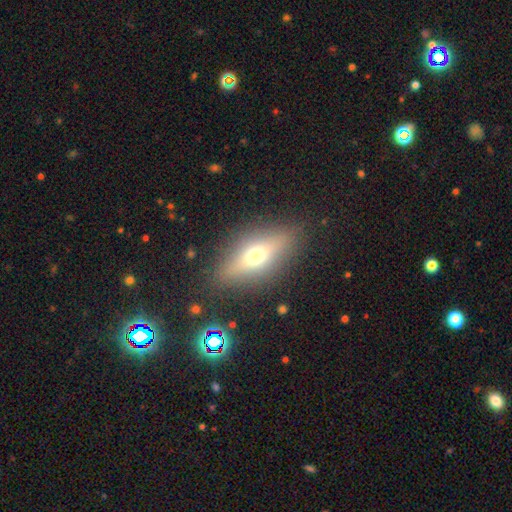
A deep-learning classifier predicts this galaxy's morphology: This is possibly a smooth galaxy (49%). Merging: clearly none (85%).